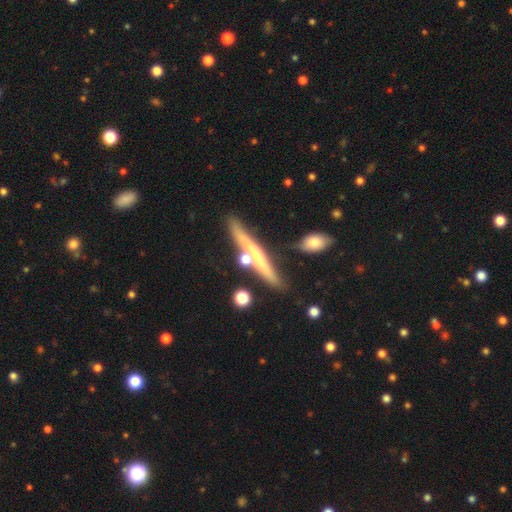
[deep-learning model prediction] Smooth or featured? Predicted: featured or disk (p=0.57). Edge-on disk? Predicted: yes (p=0.92). Edge-on bulge? Predicted: rounded (p=0.59). Merging? Predicted: none (p=0.72).